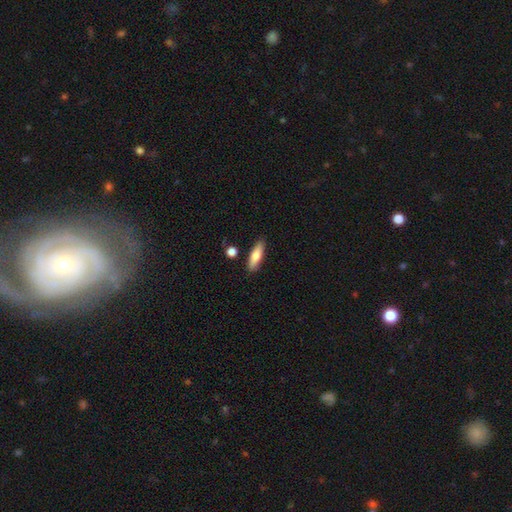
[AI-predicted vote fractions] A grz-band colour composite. It shows a smooth galaxy with no disk features (75%) that is cigar-shaped (51%). Merging: none (84%).